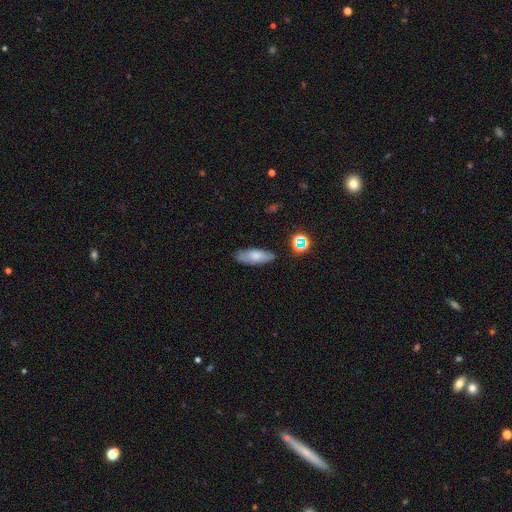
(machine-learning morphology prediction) smooth_or_featured: smooth (p=0.71) [alt: featured or disk p=0.19]
how_rounded: in between (p=0.69) [alt: cigar-shaped p=0.28]
merging: none (p=0.79) [alt: minor disturbance p=0.15]